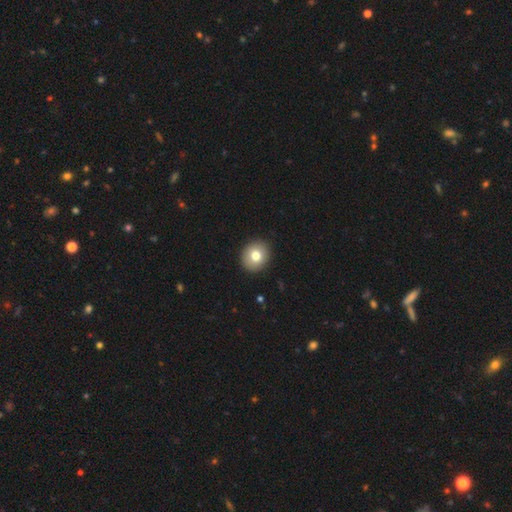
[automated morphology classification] A smooth galaxy with no disk features (78%) that is round (77%).

Vote fractions:
- Smooth or featured? smooth: 78% / featured or disk: 13% / star or artifact: 9%
- How rounded? round: 77% / in between: 22% / cigar-shaped: 1%
- Merging? none: 92% / minor disturbance: 6% / major disturbance: 2% / merger: 1%